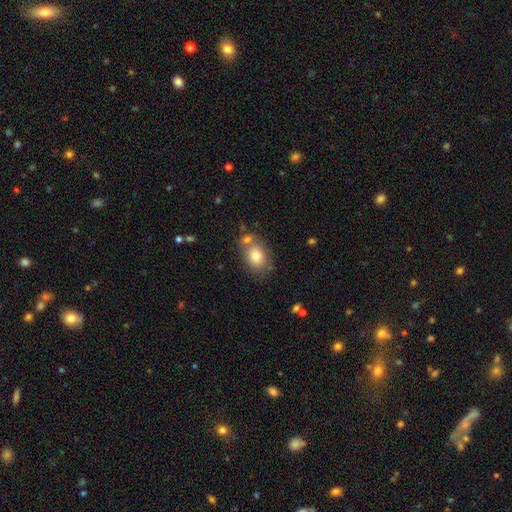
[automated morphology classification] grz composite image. It shows a smooth galaxy with no disk features (78%) that is in between round and cigar-shaped (70%). Merging: none (59%).